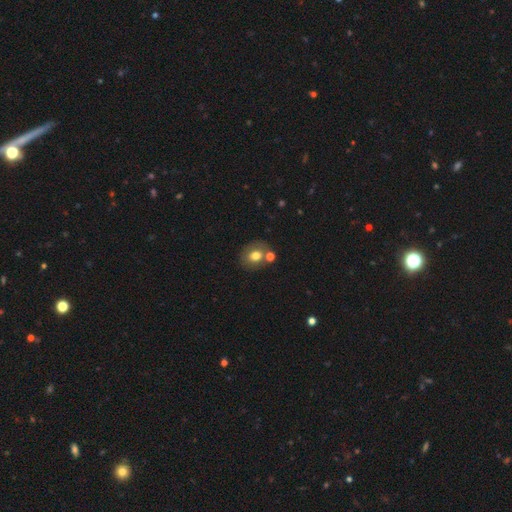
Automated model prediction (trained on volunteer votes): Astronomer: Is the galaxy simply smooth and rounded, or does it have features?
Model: smooth — 73%.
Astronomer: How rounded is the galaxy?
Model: round — 62%.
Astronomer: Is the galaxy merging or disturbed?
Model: none — 65%.